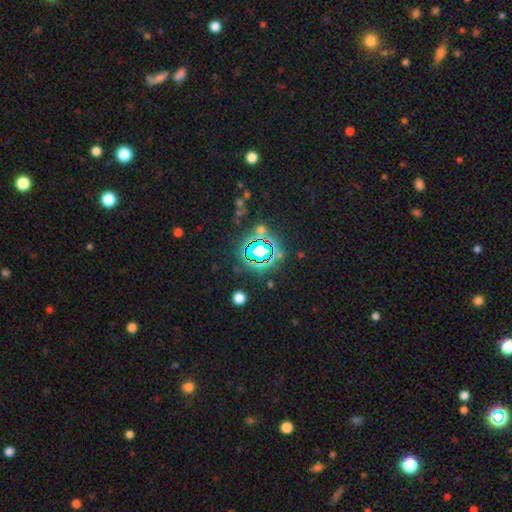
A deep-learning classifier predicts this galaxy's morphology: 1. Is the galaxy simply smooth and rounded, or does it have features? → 77% star or artifact, 14% smooth, 10% featured or disk.